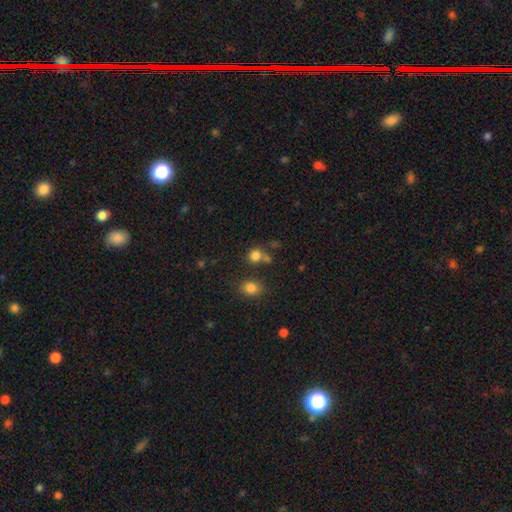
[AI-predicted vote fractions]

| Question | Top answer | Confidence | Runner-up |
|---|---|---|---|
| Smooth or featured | smooth | 80% | star or artifact (13%) |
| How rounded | round | 77% | in between (22%) |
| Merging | none | 60% | merger (23%) |